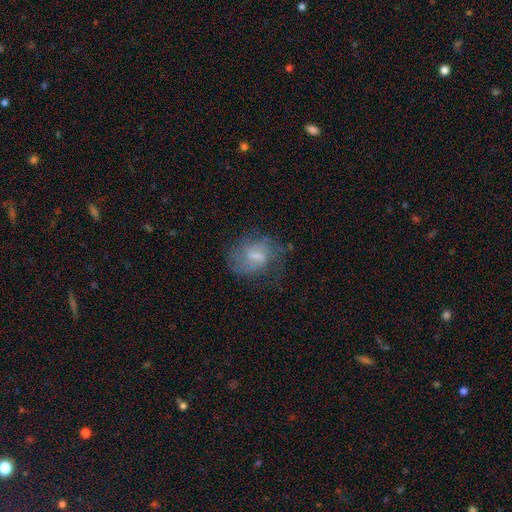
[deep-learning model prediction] Morphology: type=featured or disk (56%); edge-on=no (96%); bar=weak (56%); spiral arms=yes (73%); bulge=small (35%, tied with moderate); merging=none (58%).